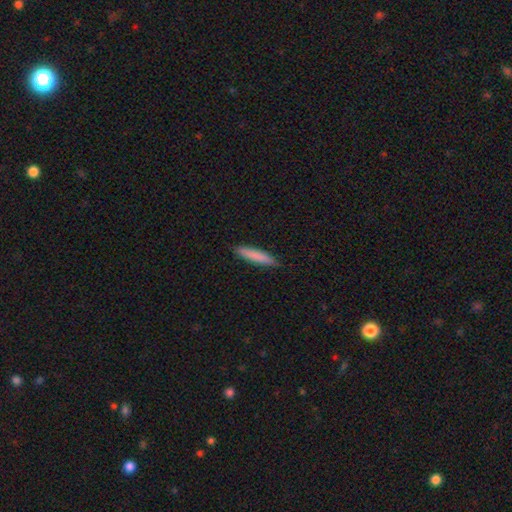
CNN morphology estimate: This appears to be a smooth galaxy with no disk features (83%) that is cigar-shaped (90%). Merging: none (89%).